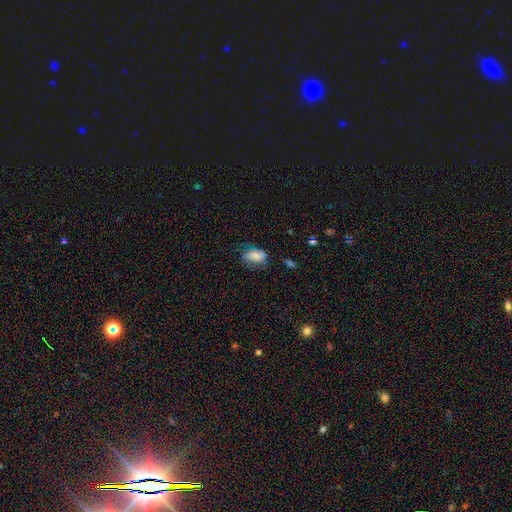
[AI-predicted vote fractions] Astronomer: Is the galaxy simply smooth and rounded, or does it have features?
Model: smooth — 66%.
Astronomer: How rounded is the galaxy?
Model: in between — 87%.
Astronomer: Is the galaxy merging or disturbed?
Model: none — 52% (runner-up: minor disturbance, 31%).